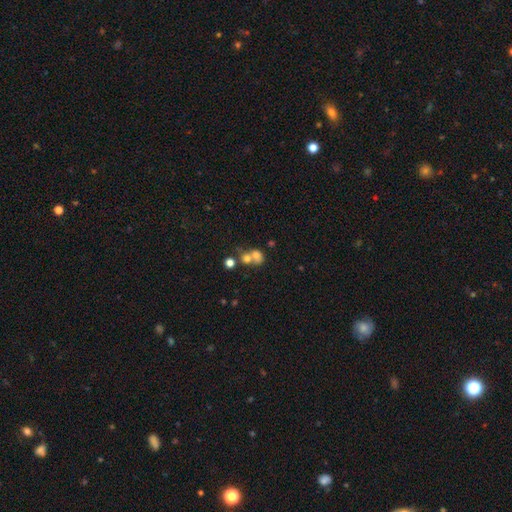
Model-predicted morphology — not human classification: Overall: smooth (67%). How rounded: round (63%; in between 36%). Merging: merger (61%; none 26%).